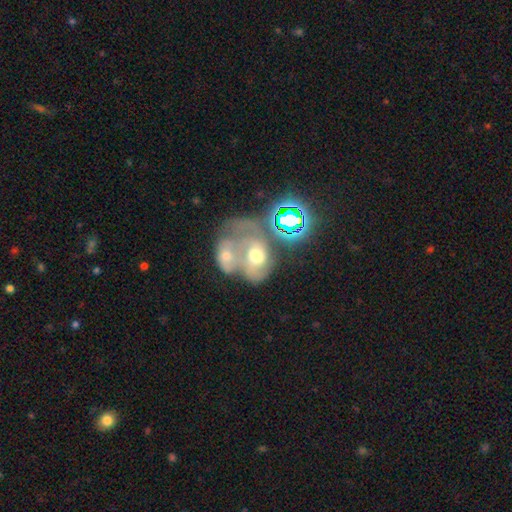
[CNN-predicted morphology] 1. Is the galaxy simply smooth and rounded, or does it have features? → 49% featured or disk, 33% smooth, 18% star or artifact.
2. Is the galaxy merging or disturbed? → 67% merger, 16% major disturbance, 10% none, 7% minor disturbance.